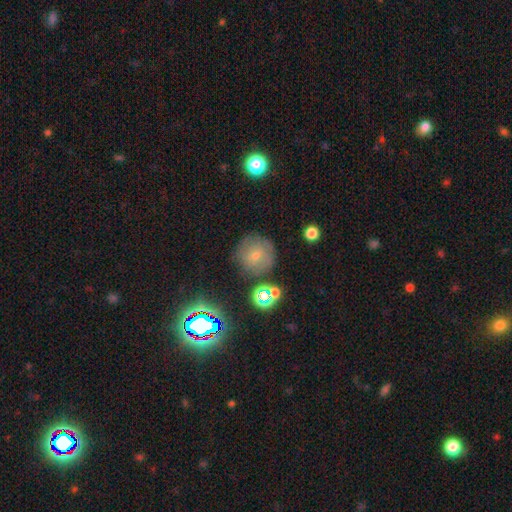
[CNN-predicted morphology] Smooth or featured?
  - smooth: 62% *
  - featured or disk: 22%
  - star or artifact: 16%
How rounded?
  - round: 94% *
  - in between: 5%
  - cigar-shaped: 1%
Merging?
  - none: 76% *
  - minor disturbance: 14%
  - major disturbance: 5%
  - merger: 5%